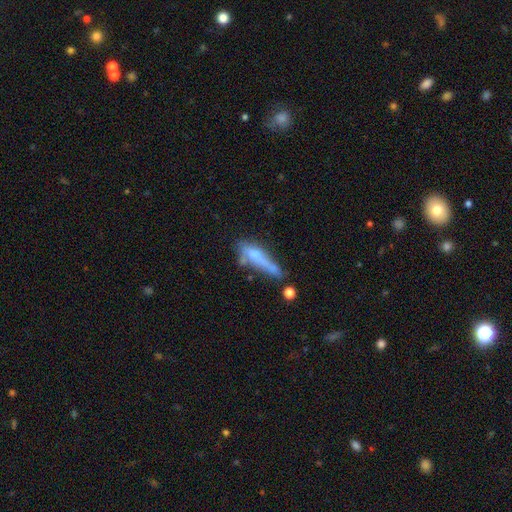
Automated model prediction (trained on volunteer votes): A smooth galaxy with no disk features (50%).

Vote fractions:
- Smooth or featured? smooth: 50% / featured or disk: 40% / star or artifact: 10%
- Merging? none: 33% / minor disturbance: 27% / major disturbance: 21% / merger: 19%